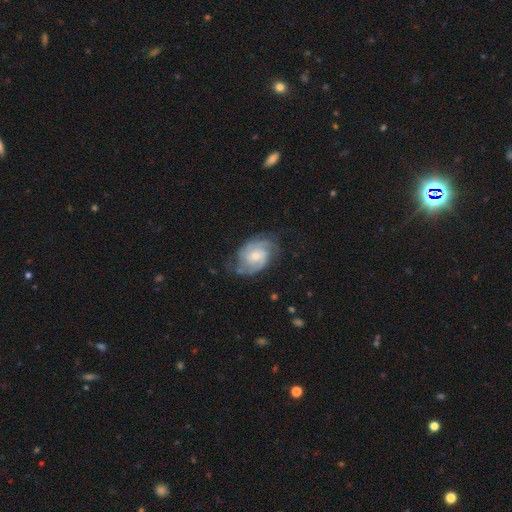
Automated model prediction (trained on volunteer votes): smooth-or-featured: featured or disk: 81% | smooth: 14% | star or artifact: 5%
  disk-edge-on: no: 97% | yes: 3%
    bar: no: 61% | weak: 34% | strong: 5%
    has-spiral-arms: yes: 95% | no: 5%
      spiral-winding: tight: 49% | medium: 40% | loose: 11%
      spiral-arm-count: 2: 50% | can't tell: 21% | 3: 17% | 4: 5% | 1: 4% | more than 4: 3%
    bulge-size: small: 48% | moderate: 43% | large: 4% | none: 4% | dominant: 1%
  merging: none: 65% | minor disturbance: 23% | major disturbance: 11% | merger: 2%